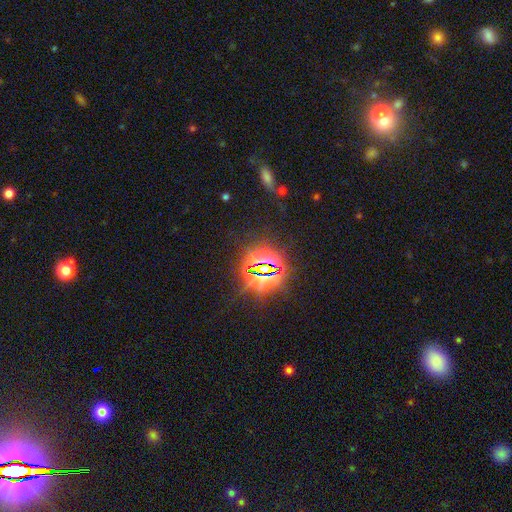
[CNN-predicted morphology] Smooth or featured? Predicted: star or artifact (p=0.81).